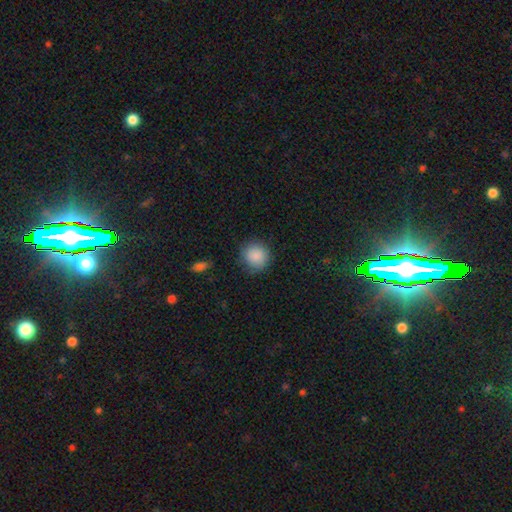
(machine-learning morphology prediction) Smooth or featured: smooth — 88% (star or artifact — 8%)
How rounded: round — 91% (in between — 8%)
Merging: none — 84% (minor disturbance — 12%)